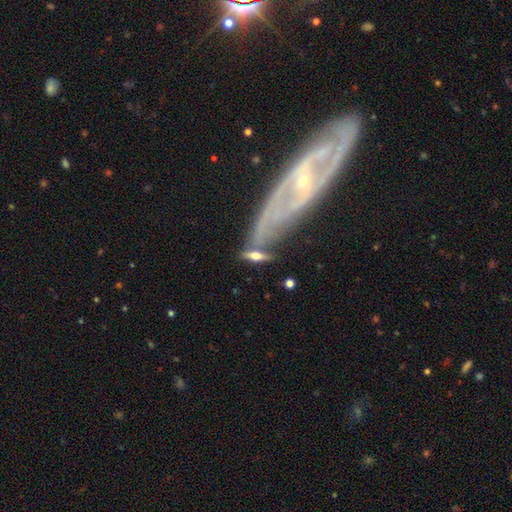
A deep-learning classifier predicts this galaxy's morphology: A smooth galaxy with no disk features (47%). Merging: none (56%).